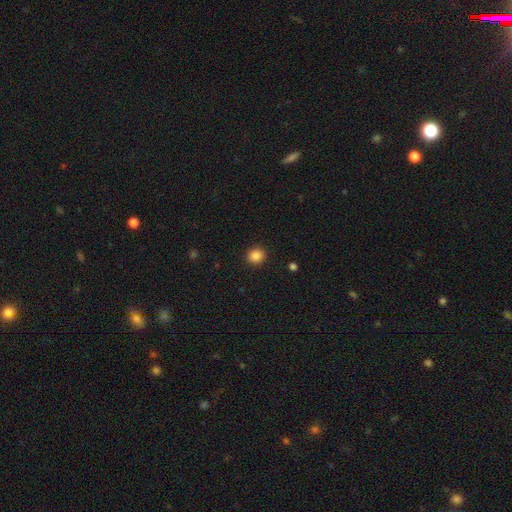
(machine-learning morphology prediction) The model was most divided on "smooth or featured": smooth: 86%, star or artifact: 11%, featured or disk: 3%. More confident: merging — none (92%); how rounded — round (87%).